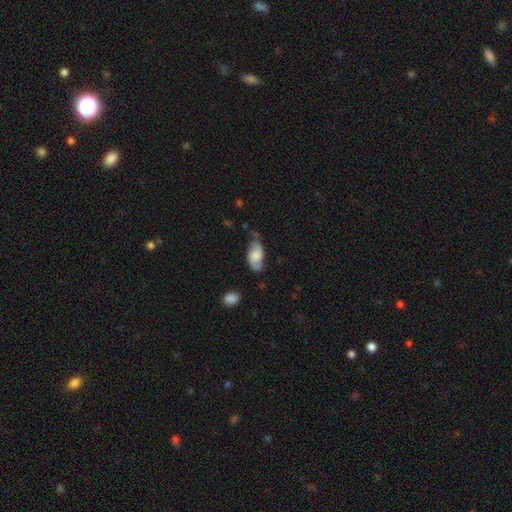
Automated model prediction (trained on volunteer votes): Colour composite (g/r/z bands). It shows a featured or disk galaxy (52%). Merging: none (63%).